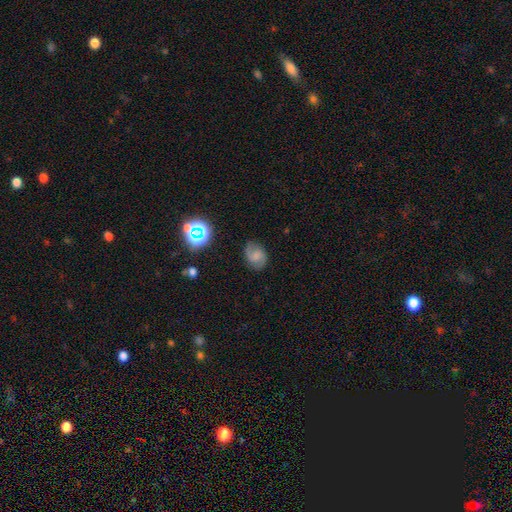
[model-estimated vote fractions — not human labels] The model was most divided on "smooth or featured" (2-way tie): featured or disk: 43%, smooth: 43%, star or artifact: 14%. More confident: merging — none (75%).